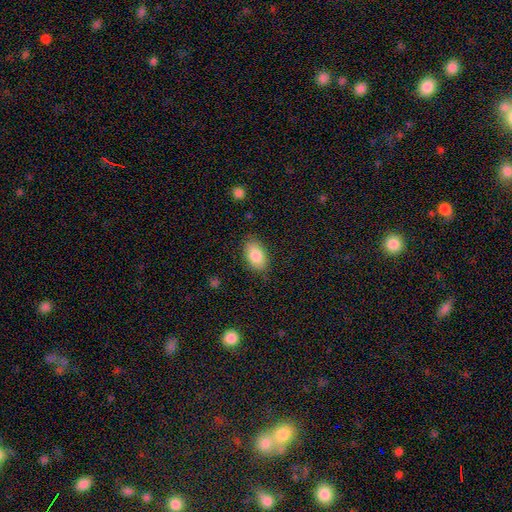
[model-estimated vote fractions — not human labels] Q: Smooth or featured?
A: smooth (85%); runner-up: featured or disk (9%)
Q: How rounded?
A: in between (93%); runner-up: round (5%)
Q: Merging?
A: none (83%); runner-up: minor disturbance (13%)